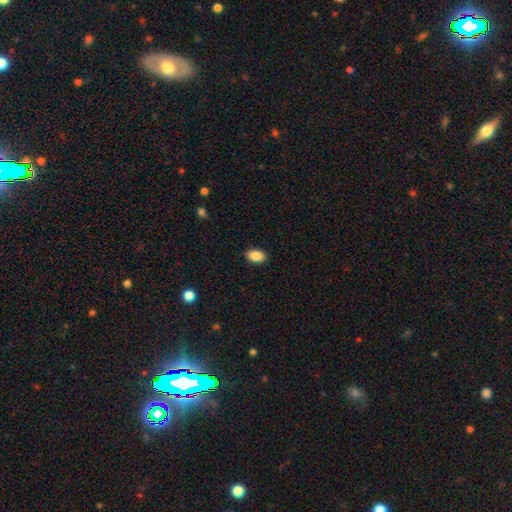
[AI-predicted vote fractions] This appears to be a smooth galaxy with no disk features (87%) that is in between round and cigar-shaped (91%). Merging: none (89%).